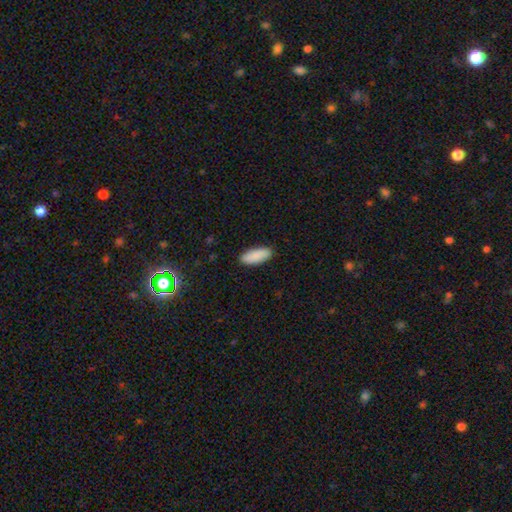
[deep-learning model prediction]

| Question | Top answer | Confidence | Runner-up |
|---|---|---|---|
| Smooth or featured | smooth | 90% | star or artifact (6%) |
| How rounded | in between | 80% | cigar-shaped (18%) |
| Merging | none | 90% | minor disturbance (7%) |